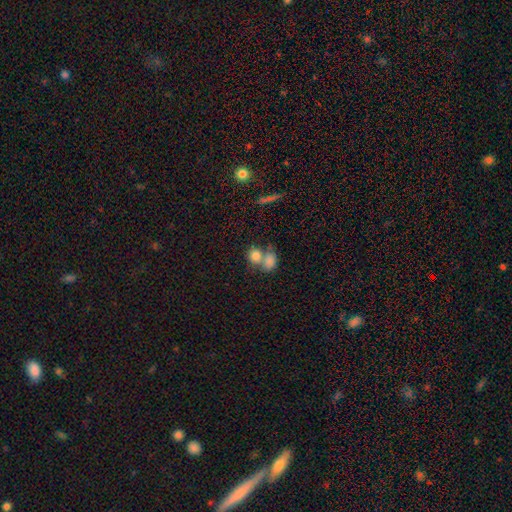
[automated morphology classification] Smooth or featured?
  - smooth: 80% *
  - featured or disk: 10%
  - star or artifact: 10%
How rounded?
  - round: 56% *
  - in between: 42%
  - cigar-shaped: 2%
Merging?
  - merger: 58% *
  - none: 30%
  - minor disturbance: 7%
  - major disturbance: 5%